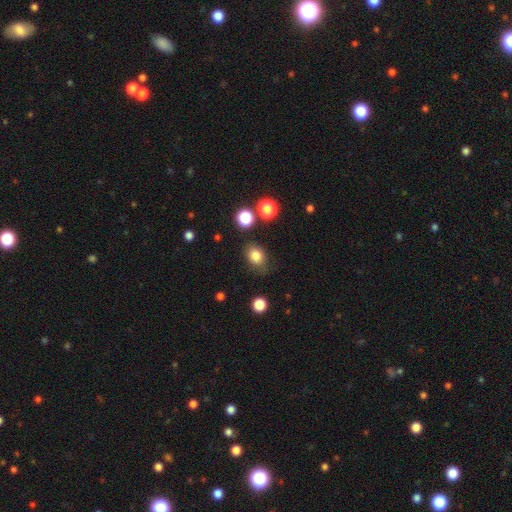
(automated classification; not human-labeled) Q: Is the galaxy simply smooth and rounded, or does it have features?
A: smooth — 82%.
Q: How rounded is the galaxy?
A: in between — 57%.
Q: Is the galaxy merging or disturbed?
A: none — 75%.